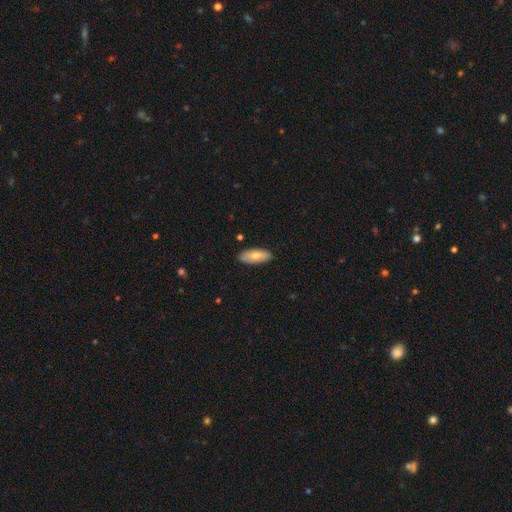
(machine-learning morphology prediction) A smooth galaxy with no disk features (70%) that is in between round and cigar-shaped (82%).

Vote fractions:
- Smooth or featured? smooth: 70% / featured or disk: 24% / star or artifact: 6%
- How rounded? in between: 82% / cigar-shaped: 15% / round: 2%
- Merging? none: 87% / minor disturbance: 10% / major disturbance: 2% / merger: 1%